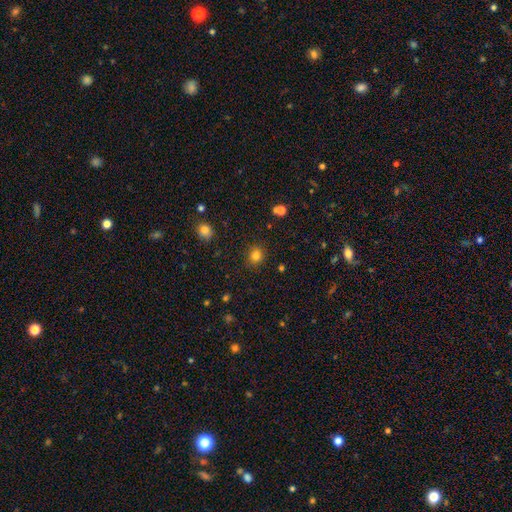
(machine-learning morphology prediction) Overall: smooth (82%). How rounded: round (74%). Merging: none (88%).